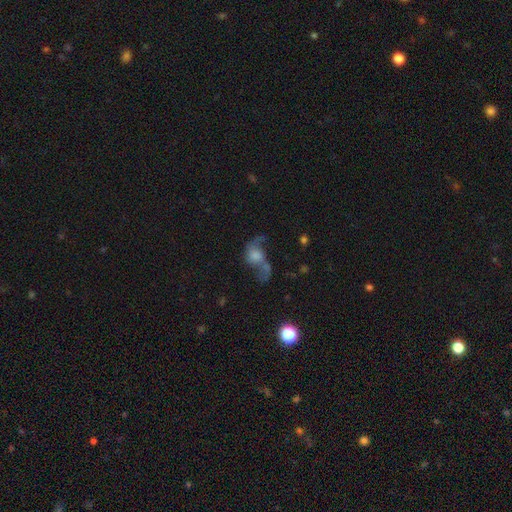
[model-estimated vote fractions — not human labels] Smooth or featured?
  - featured or disk: 58% *
  - smooth: 28%
  - star or artifact: 14%
Edge-on disk?
  - no: 95% *
  - yes: 5%
Bar?
  - no: 73% *
  - weak: 23%
  - strong: 4%
Spiral arms?
  - yes: 76% *
  - no: 24%
Bulge size?
  - moderate: 32% *
  - large: 26%
  - small: 18%
  - none: 17%
  - dominant: 7%
Merging?
  - major disturbance: 33% * (tied)
  - none: 33% * (tied)
  - merger: 18%
  - minor disturbance: 16%